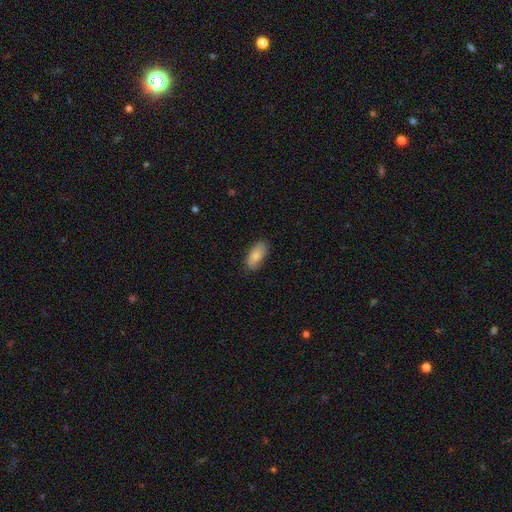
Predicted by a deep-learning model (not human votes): Smooth or featured: smooth — 83% (featured or disk — 10%)
How rounded: in between — 91% (cigar-shaped — 7%)
Merging: none — 83% (minor disturbance — 14%)